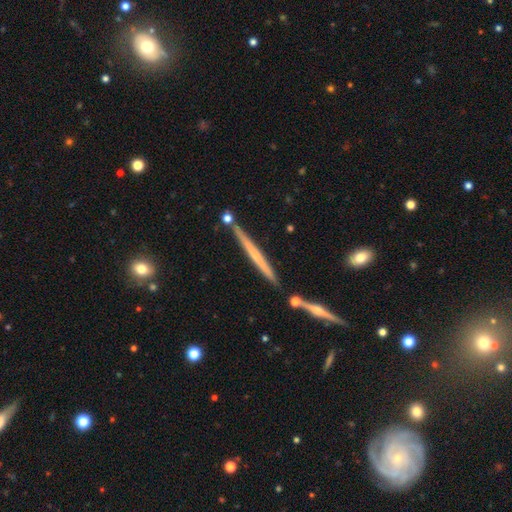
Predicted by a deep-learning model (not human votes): Smooth or featured: featured or disk — 53% (smooth — 41%)
Edge-on disk: yes — 97% (no — 3%)
Edge-on bulge: none — 76% (rounded — 18%)
Merging: none — 84% (minor disturbance — 9%)